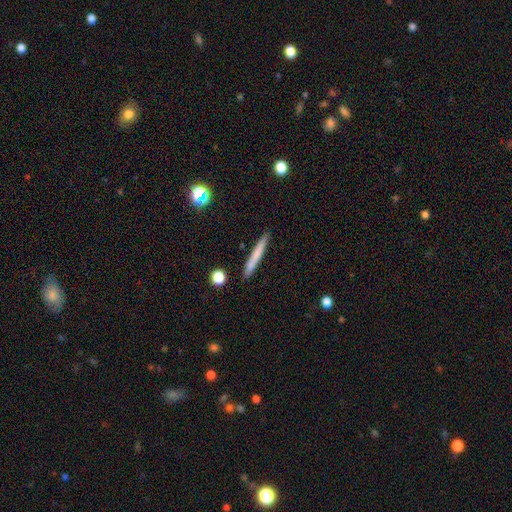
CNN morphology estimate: This is likely a smooth galaxy (67%). How rounded: clearly cigar-shaped (96%). Merging: clearly none (89%).